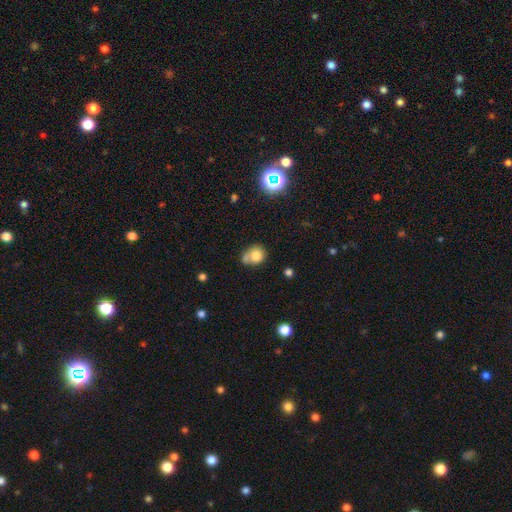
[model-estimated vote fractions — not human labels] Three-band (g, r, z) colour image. It shows a smooth galaxy with no disk features (77%) that is round (68%). Merging: none (42%).